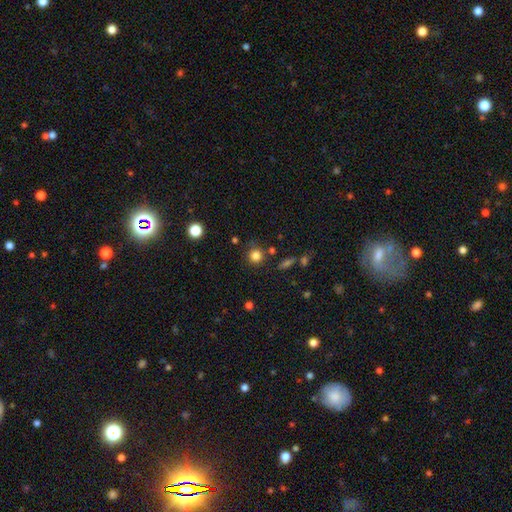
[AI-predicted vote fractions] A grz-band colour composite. It shows a smooth galaxy with no disk features (82%) that is round (93%). Merging: none (81%).